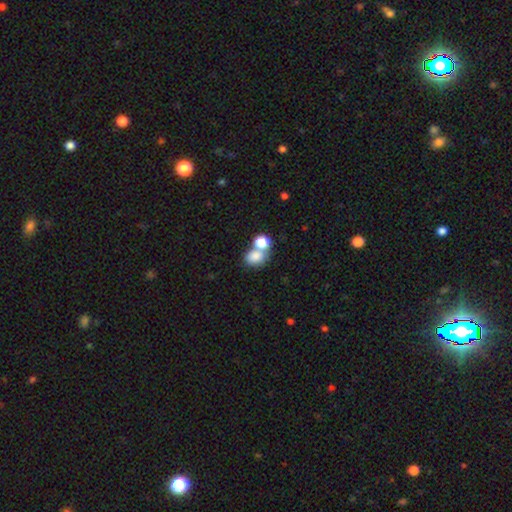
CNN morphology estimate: This appears to be a smooth galaxy with no disk features (80%) that is in between round and cigar-shaped (63%). Merging: merger (46%).